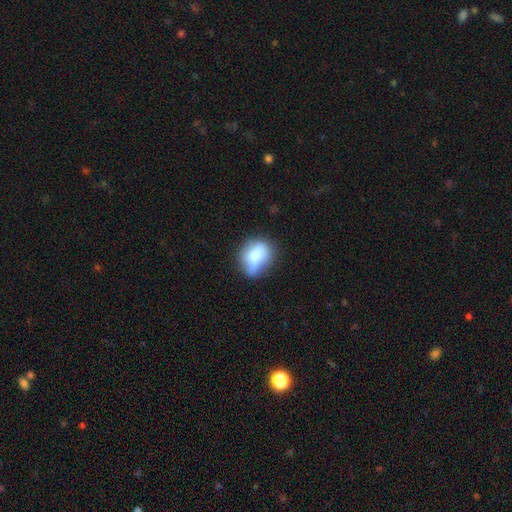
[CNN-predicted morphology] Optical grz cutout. It shows a smooth galaxy with no disk features (72%) that is in between round and cigar-shaped (59%). Merging: none (54%).